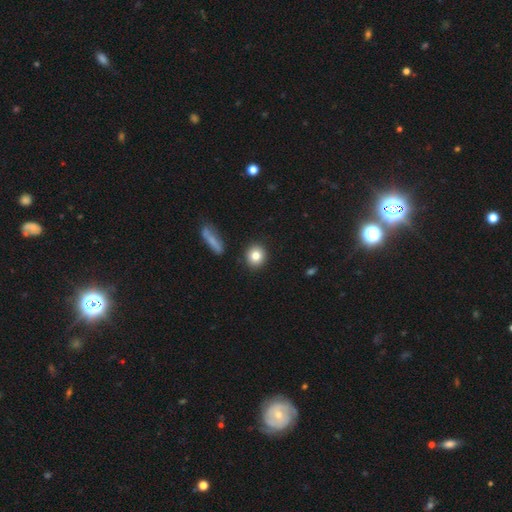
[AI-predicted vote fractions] Smooth or featured? smooth (82%)
How rounded? round (83%)
Merging? none (89%)